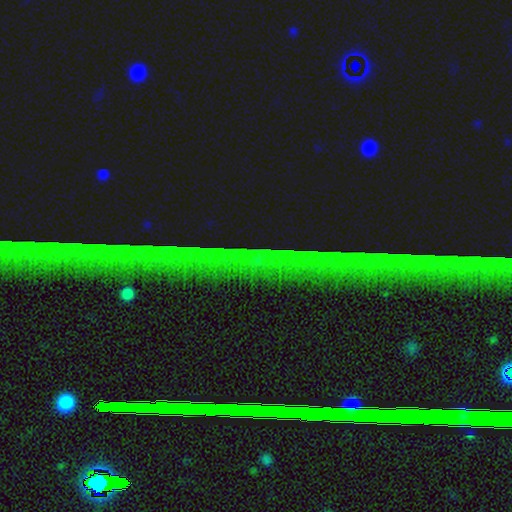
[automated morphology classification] star or artifact 84%, featured or disk 9%, smooth 7%.